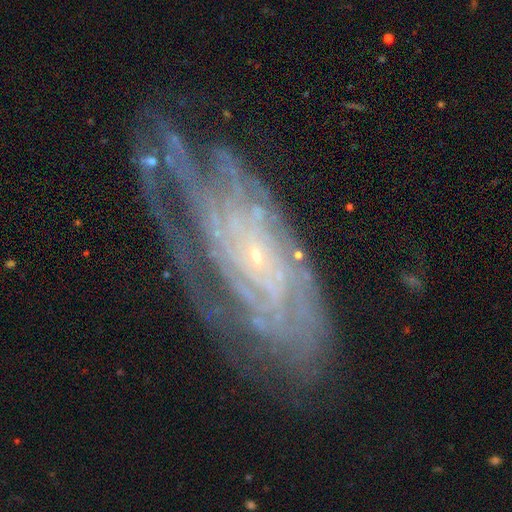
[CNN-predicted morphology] type=featured or disk (86%); edge-on=no (93%); bar=no (72%); spiral arms=yes (95%); winding=tight (73%); arm count=can't tell (34%); bulge=small (87%); merging=none (59%).